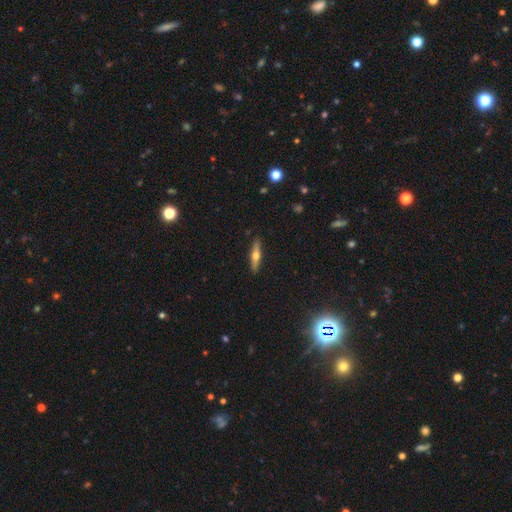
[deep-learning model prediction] Smooth or featured?
  - featured or disk: 53% *
  - smooth: 41%
  - star or artifact: 6%
Edge-on disk?
  - yes: 93% *
  - no: 7%
Merging?
  - none: 91% *
  - minor disturbance: 7%
  - major disturbance: 1%
  - merger: 1%